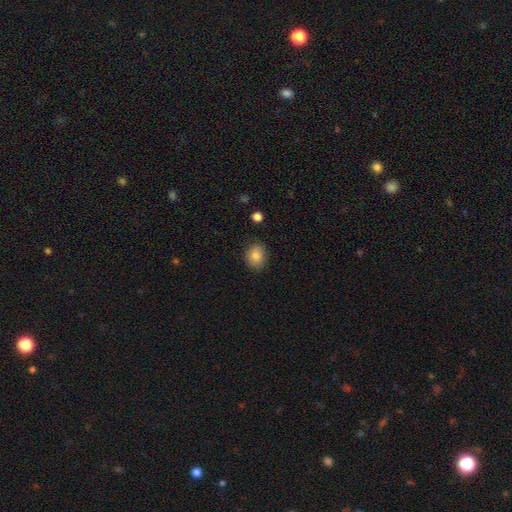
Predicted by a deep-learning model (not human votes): A smooth galaxy with no disk features (85%) that is round (60%). Merging: none (84%).